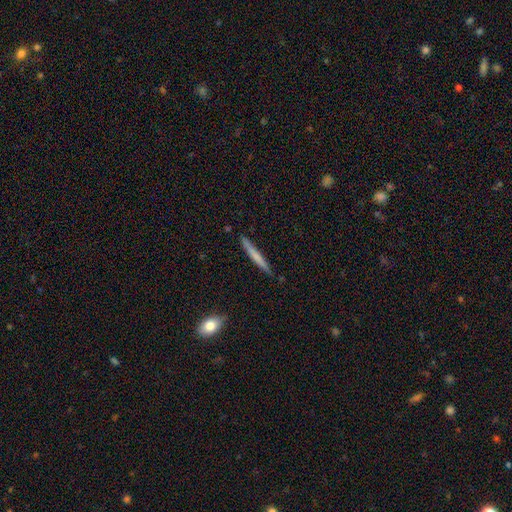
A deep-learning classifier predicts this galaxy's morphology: A smooth galaxy with no disk features (62%) that is cigar-shaped (96%).

Vote fractions:
- Smooth or featured? smooth: 62% / featured or disk: 33% / star or artifact: 6%
- How rounded? cigar-shaped: 96% / in between: 2% / round: 1%
- Merging? none: 88% / minor disturbance: 9% / major disturbance: 1% / merger: 1%